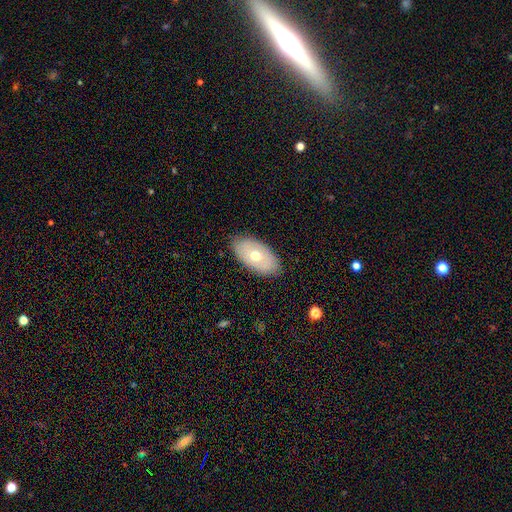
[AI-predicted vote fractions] The model was most divided on "smooth or featured": smooth: 53%, featured or disk: 41%, star or artifact: 6%. More confident: how rounded — in between (93%); merging — none (83%).